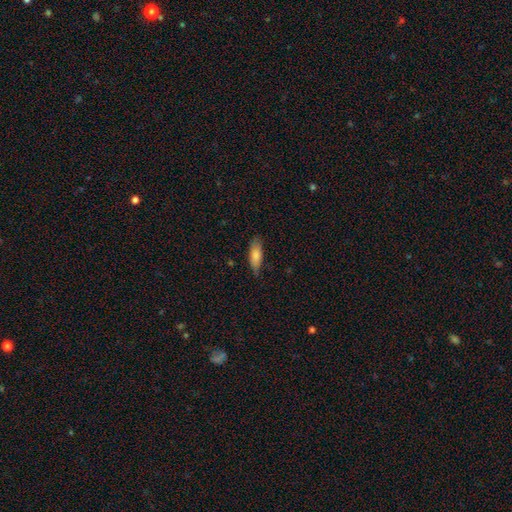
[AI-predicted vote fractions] The model was most divided on "how rounded": in between: 64%, cigar-shaped: 34%, round: 2%. More confident: smooth or featured — smooth (82%); merging — none (75%).